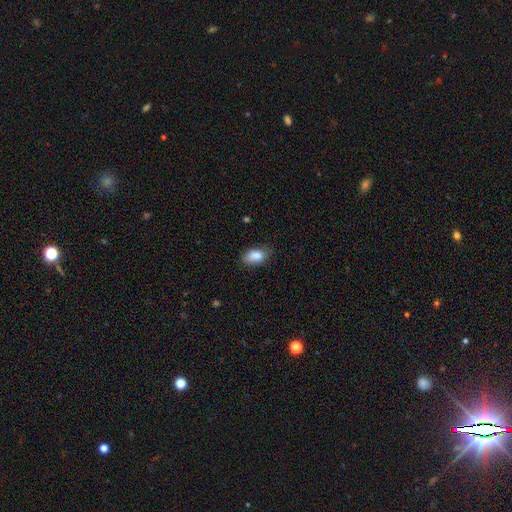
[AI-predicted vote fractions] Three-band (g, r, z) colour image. It shows a smooth galaxy with no disk features (84%) that is in between round and cigar-shaped (89%). Merging: none (64%).